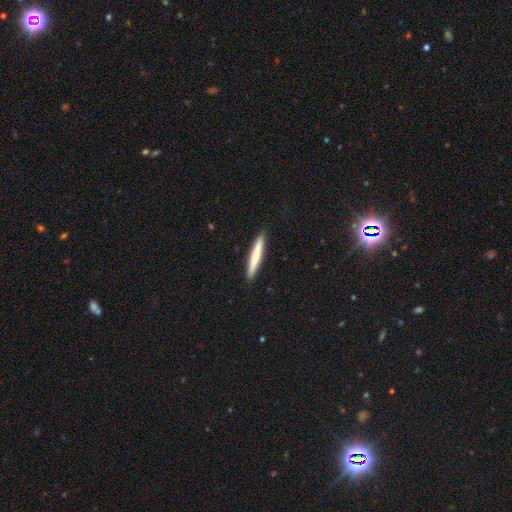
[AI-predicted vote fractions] Smooth or featured? smooth (71%)
How rounded? cigar-shaped (96%)
Merging? none (91%)